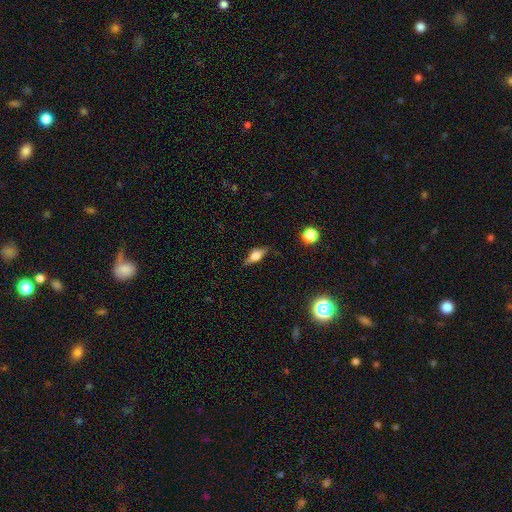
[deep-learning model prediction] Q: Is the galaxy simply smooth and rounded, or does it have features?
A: featured or disk — 51%.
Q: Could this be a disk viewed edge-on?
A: yes — 93%.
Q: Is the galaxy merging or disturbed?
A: none — 82%.